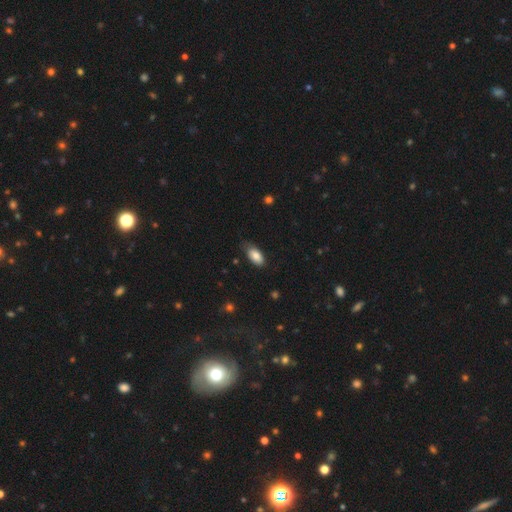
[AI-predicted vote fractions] This appears to be a smooth galaxy with no disk features (83%) that is in between round and cigar-shaped (92%). Merging: none (63%).